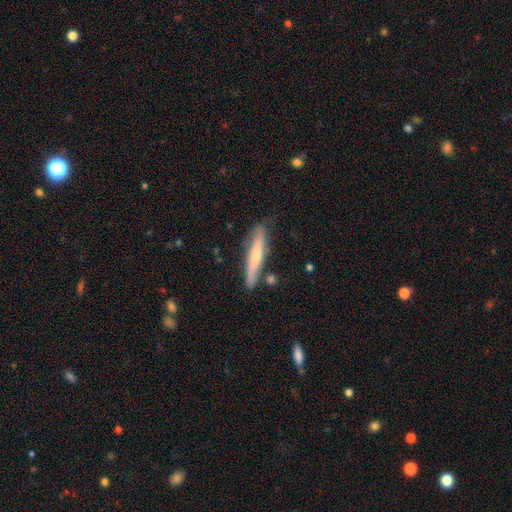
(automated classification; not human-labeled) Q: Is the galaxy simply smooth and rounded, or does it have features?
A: smooth — 54%.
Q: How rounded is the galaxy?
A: cigar-shaped — 91%.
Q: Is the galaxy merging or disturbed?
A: none — 75%.